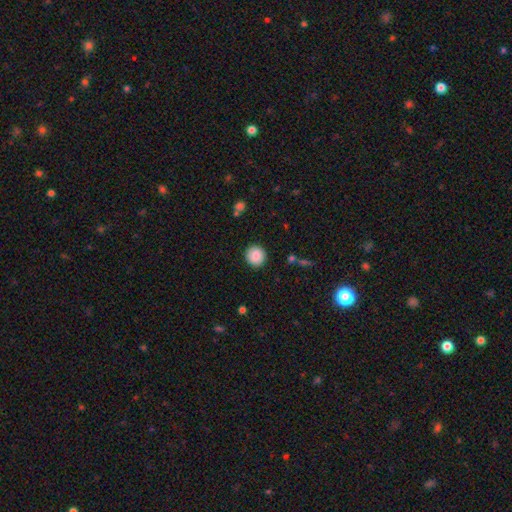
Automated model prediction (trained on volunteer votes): Overall: smooth (87%). How rounded: round (93%). Merging: none (90%).